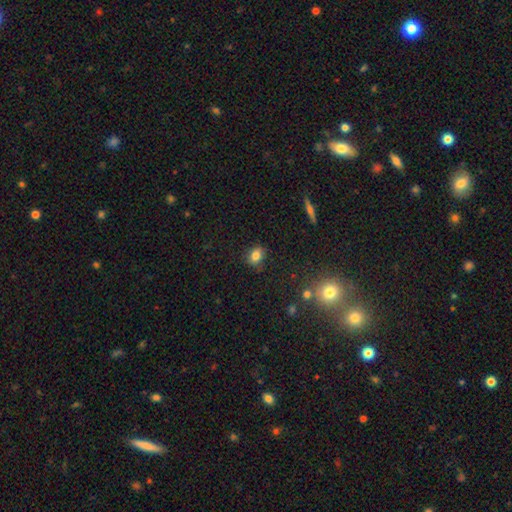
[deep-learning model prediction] A smooth galaxy with no disk features (80%) that is in between round and cigar-shaped (68%). Merging: none (77%).